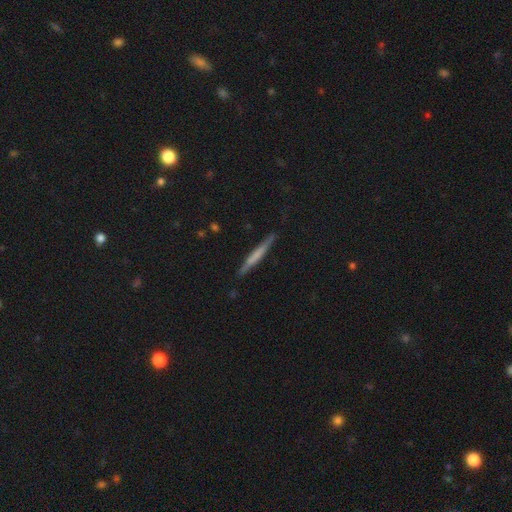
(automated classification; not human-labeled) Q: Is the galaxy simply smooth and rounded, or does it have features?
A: smooth — 50%.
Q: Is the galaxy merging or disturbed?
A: none — 86%.